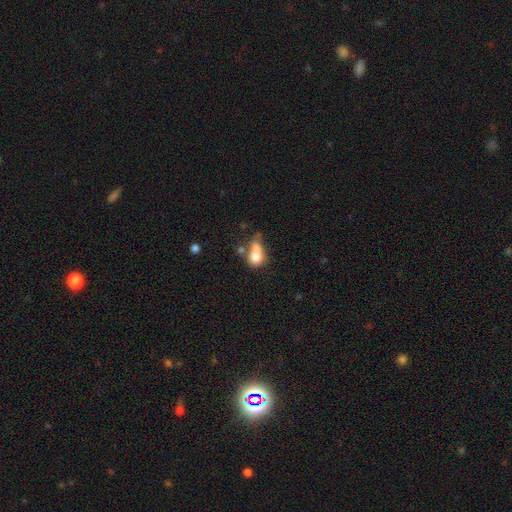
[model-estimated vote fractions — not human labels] Smooth or featured: smooth — 71% (featured or disk — 19%)
How rounded: round — 49% (in between — 48%)
Merging: merger — 51% (none — 21%)